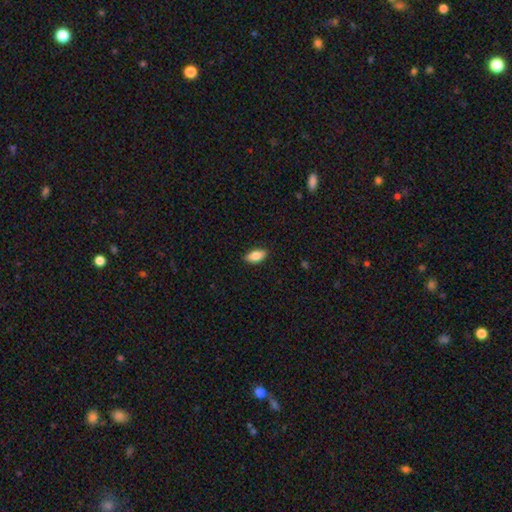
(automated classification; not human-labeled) A smooth galaxy with no disk features (82%) that is in between round and cigar-shaped (89%).

Vote fractions:
- Smooth or featured? smooth: 82% / featured or disk: 12% / star or artifact: 7%
- How rounded? in between: 89% / cigar-shaped: 7% / round: 3%
- Merging? none: 88% / minor disturbance: 9% / major disturbance: 2% / merger: 1%